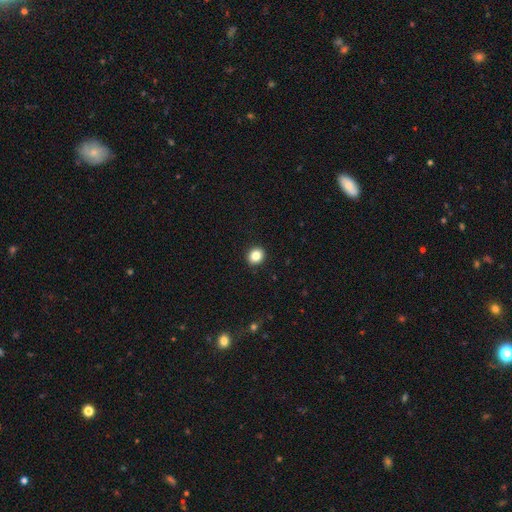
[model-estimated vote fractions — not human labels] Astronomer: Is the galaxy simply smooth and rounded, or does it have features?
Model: smooth — 85%.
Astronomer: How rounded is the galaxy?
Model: round — 77%.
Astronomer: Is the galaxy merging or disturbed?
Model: none — 93%.